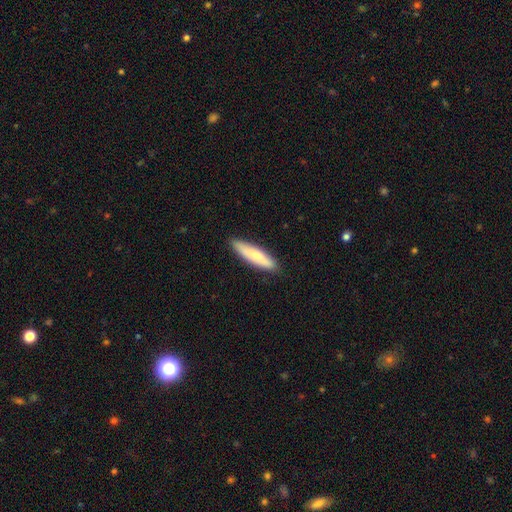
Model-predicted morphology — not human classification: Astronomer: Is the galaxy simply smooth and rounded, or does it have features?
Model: smooth — 77%.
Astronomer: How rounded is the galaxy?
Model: cigar-shaped — 81%.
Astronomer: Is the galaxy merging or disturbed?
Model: none — 87%.